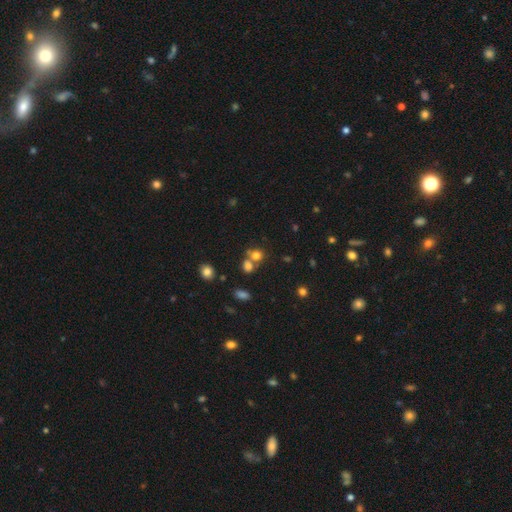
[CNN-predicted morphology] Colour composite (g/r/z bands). It shows a smooth galaxy with no disk features (75%) that is round (75%). Merging: none (45%).